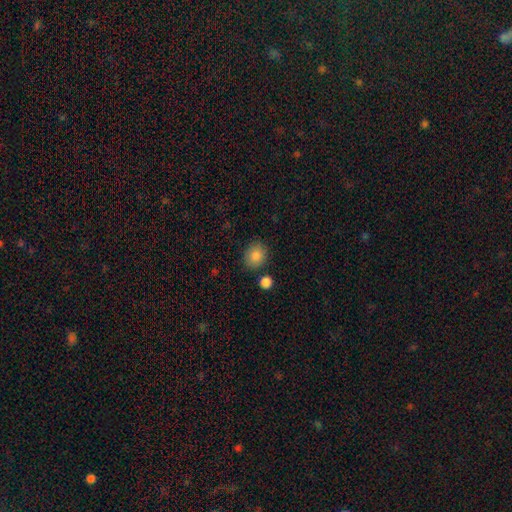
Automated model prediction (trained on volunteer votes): Overall: smooth (87%). How rounded: round (70%). Merging: none (82%).